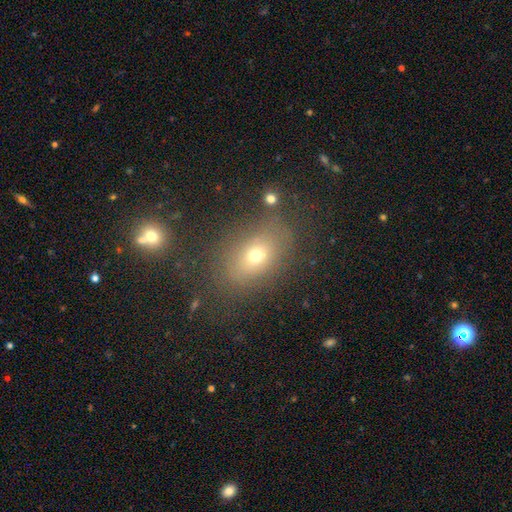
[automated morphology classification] The model was most divided on "smooth or featured": smooth: 66%, featured or disk: 18%, star or artifact: 17%. More confident: merging — none (74%); how rounded — in between (74%).